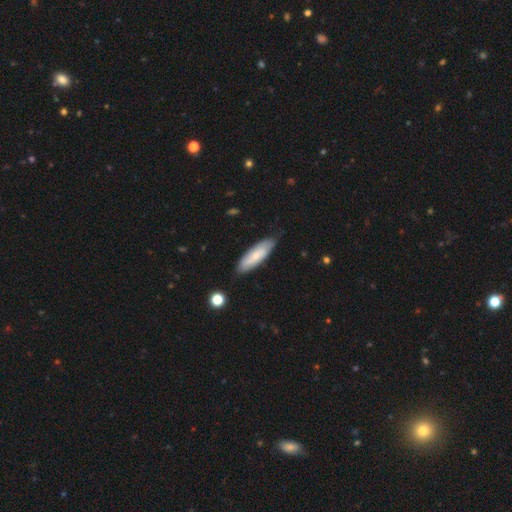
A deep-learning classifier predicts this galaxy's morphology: A smooth galaxy with no disk features (68%) that is in between round and cigar-shaped (50%). Merging: none (80%).